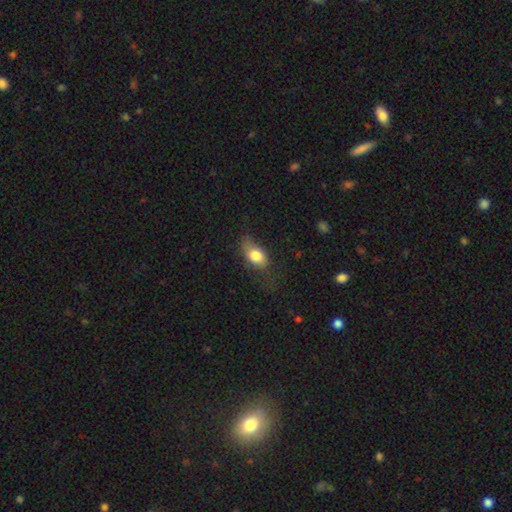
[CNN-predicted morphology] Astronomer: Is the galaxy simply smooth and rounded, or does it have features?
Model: smooth — 78%.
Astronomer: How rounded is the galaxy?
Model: in between — 86%.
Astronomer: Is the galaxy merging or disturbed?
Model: none — 52% (runner-up: minor disturbance, 30%).